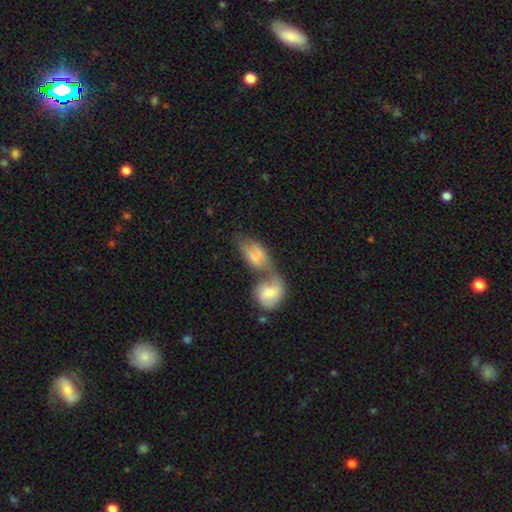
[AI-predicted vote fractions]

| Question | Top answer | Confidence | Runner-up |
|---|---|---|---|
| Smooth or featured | smooth | 63% | featured or disk (30%) |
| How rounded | in between | 85% | round (11%) |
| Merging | merger | 72% | none (13%) |